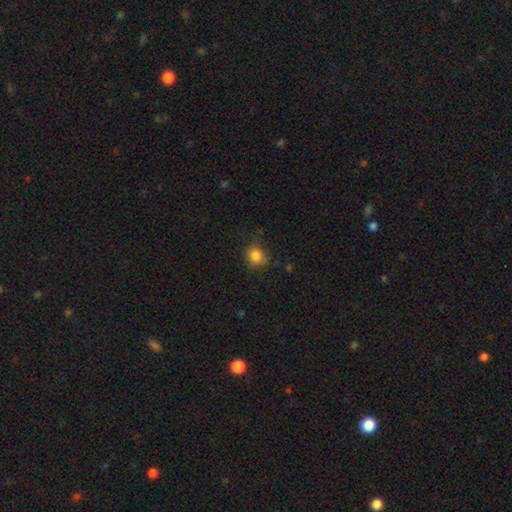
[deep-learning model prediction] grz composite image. It shows a smooth galaxy with no disk features (84%) that is round (82%). Merging: none (74%).